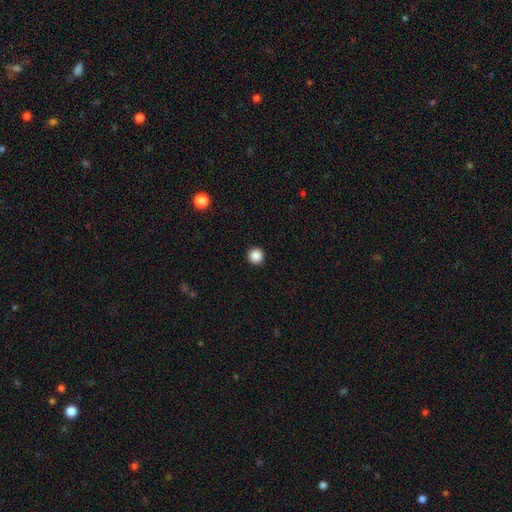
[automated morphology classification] Overall: smooth (87%). How rounded: round (96%). Merging: none (94%).